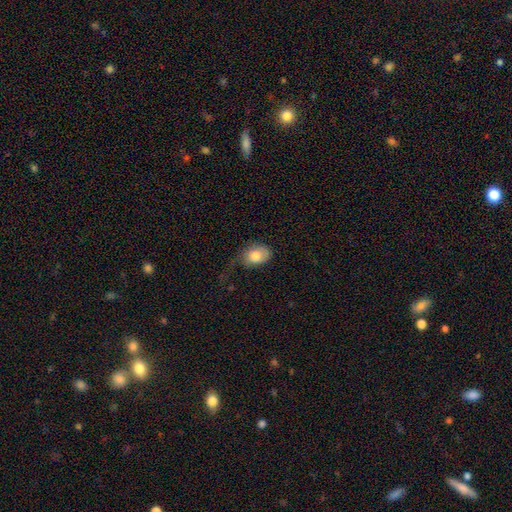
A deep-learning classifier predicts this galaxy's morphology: Smooth or featured: smooth — 79% (featured or disk — 14%)
How rounded: in between — 68% (round — 31%)
Merging: none — 37% (minor disturbance — 33%)